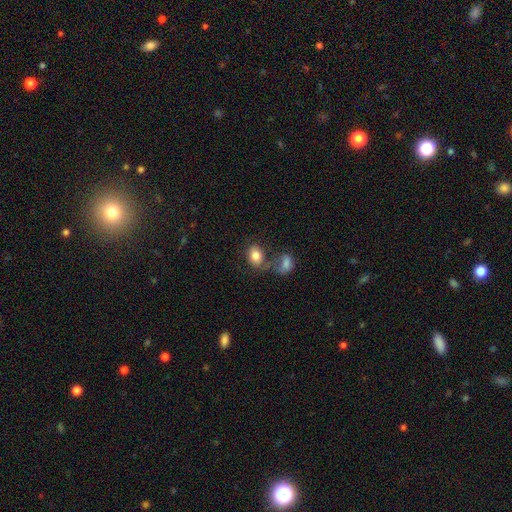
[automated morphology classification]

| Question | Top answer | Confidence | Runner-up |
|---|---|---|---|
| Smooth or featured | smooth | 82% | featured or disk (10%) |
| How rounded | in between | 70% | round (29%) |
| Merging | none | 45% | merger (31%) |